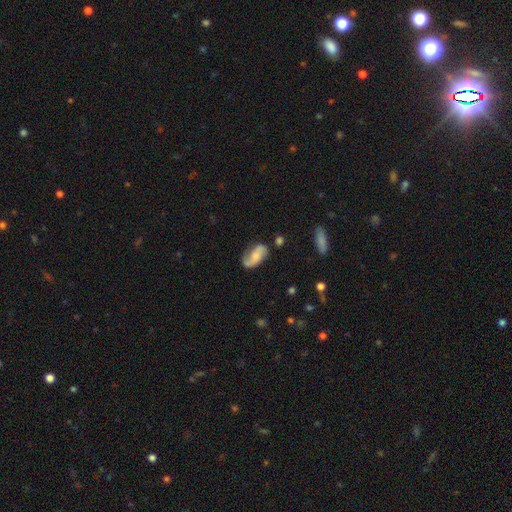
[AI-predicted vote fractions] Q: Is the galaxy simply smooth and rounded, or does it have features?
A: featured or disk — 59%.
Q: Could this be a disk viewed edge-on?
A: no — 96%.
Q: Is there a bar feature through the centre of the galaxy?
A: no — 60%.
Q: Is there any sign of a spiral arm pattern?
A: yes — 91%.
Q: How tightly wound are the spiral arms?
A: loose — 50%.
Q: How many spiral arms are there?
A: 2 — 82%.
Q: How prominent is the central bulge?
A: small — 37%.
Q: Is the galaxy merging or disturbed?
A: none — 62%.